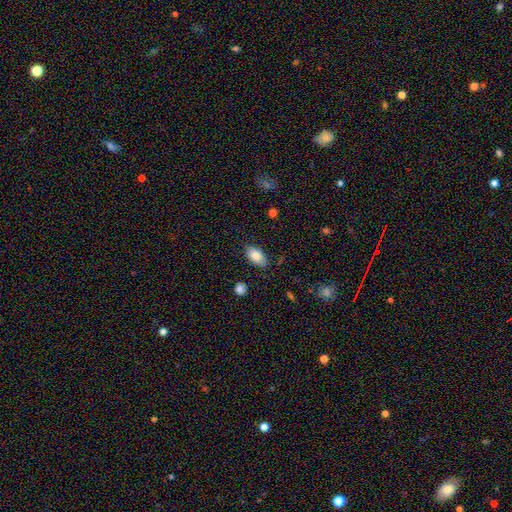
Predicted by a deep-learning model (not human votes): This is clearly a smooth galaxy (85%). How rounded: clearly in between (93%). Merging: clearly none (82%).